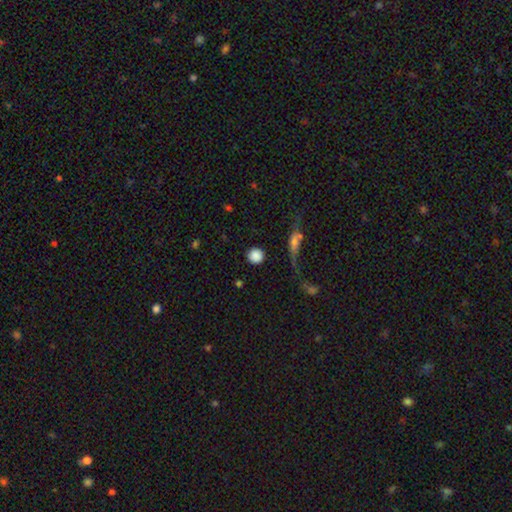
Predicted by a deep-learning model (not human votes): Smooth or featured?
  - smooth: 85% *
  - star or artifact: 9%
  - featured or disk: 6%
How rounded?
  - round: 93% *
  - in between: 5%
  - cigar-shaped: 1%
Merging?
  - none: 86% *
  - minor disturbance: 7%
  - major disturbance: 4%
  - merger: 3%